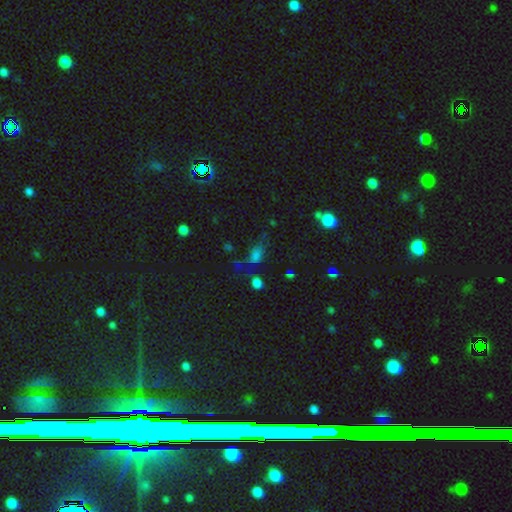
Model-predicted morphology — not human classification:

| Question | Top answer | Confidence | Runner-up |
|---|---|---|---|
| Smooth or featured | smooth | 60% | star or artifact (30%) |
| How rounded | in between | 75% | round (20%) |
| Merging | none | 50% | minor disturbance (23%) |